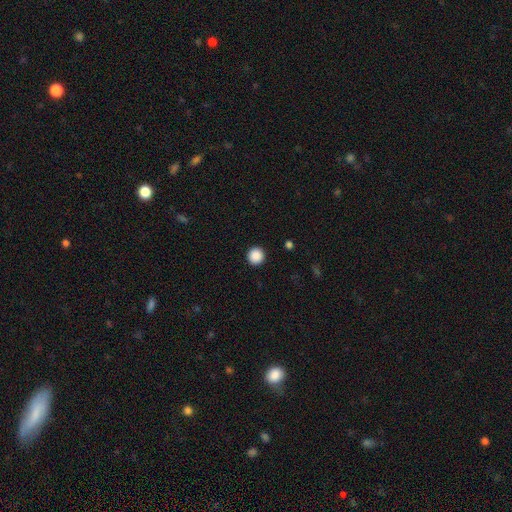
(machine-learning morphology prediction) This is clearly a smooth galaxy (89%). How rounded: clearly round (96%). Merging: clearly none (93%).